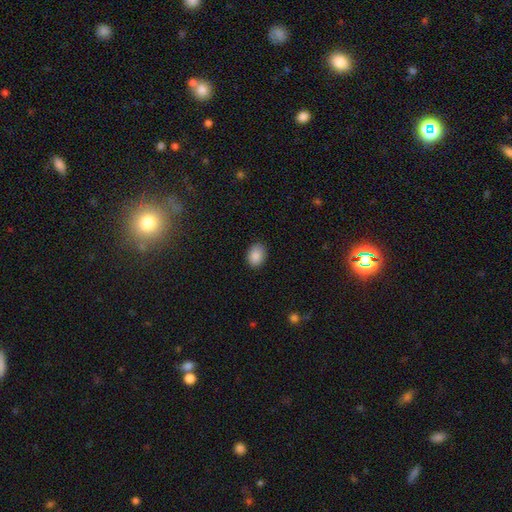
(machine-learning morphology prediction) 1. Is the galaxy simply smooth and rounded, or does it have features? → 89% smooth, 8% star or artifact, 4% featured or disk.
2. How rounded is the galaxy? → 65% in between, 35% round, 1% cigar-shaped.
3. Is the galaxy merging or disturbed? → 87% none, 10% minor disturbance, 2% major disturbance, 1% merger.